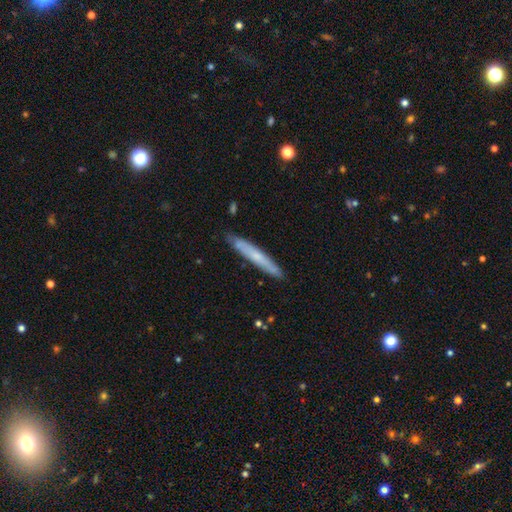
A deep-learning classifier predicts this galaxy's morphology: This appears to be a smooth galaxy with no disk features (53%) that is cigar-shaped (95%). Merging: none (87%).